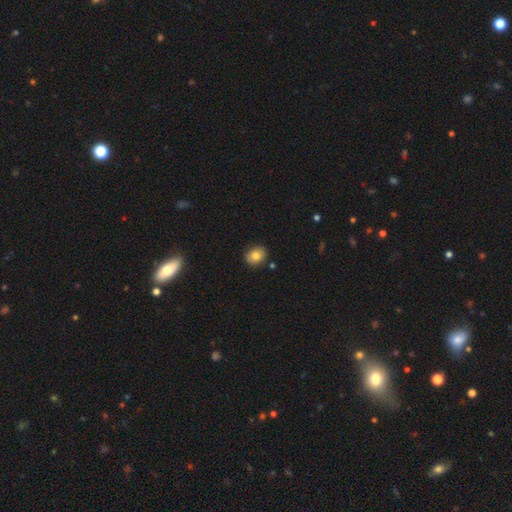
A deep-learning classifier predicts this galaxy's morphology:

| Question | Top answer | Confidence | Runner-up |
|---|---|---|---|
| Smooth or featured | smooth | 80% | featured or disk (10%) |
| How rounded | round | 62% | in between (37%) |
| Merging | none | 87% | minor disturbance (9%) |